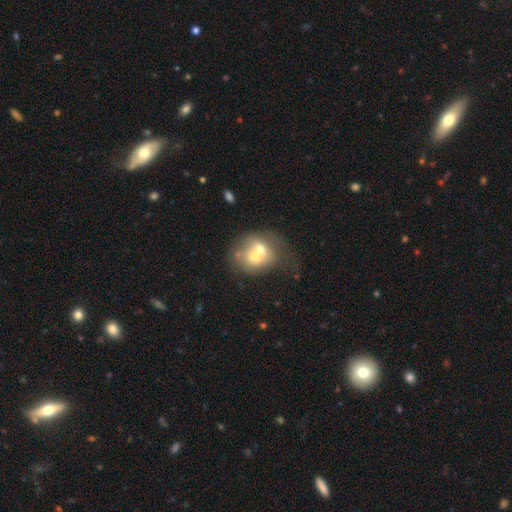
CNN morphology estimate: Smooth or featured: smooth — 54% (featured or disk — 35%)
How rounded: round — 68% (in between — 31%)
Merging: merger — 64% (none — 20%)